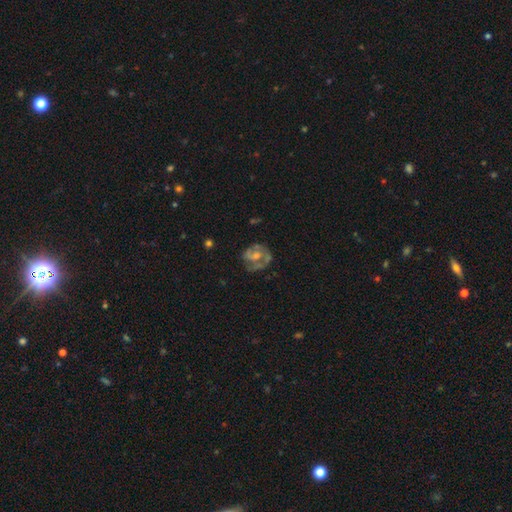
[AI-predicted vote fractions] This appears to be a featured or disk galaxy (74%) with no bar (59%), 2 (47%) tight (47%) spiral arms (81%) and a moderate central bulge (53%). Merging: none (65%).